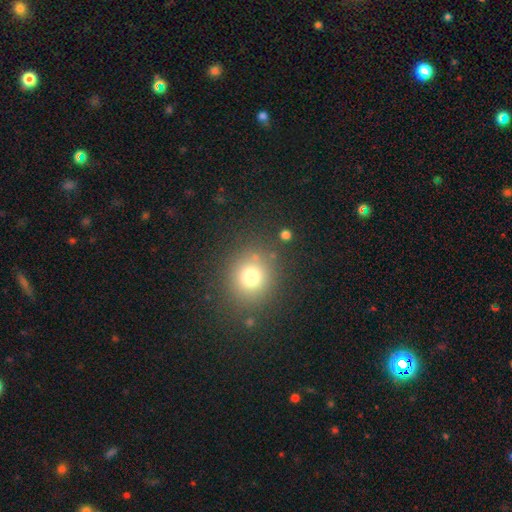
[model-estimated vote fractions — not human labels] Smooth or featured: smooth — 73% (star or artifact — 18%)
How rounded: round — 81% (in between — 18%)
Merging: none — 85% (minor disturbance — 8%)